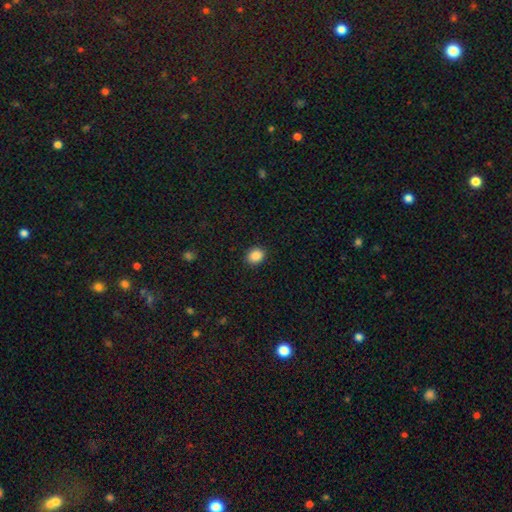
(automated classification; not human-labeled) Q: Smooth or featured?
A: smooth (88%); runner-up: star or artifact (9%)
Q: How rounded?
A: round (52%); runner-up: in between (47%)
Q: Merging?
A: none (90%); runner-up: minor disturbance (7%)